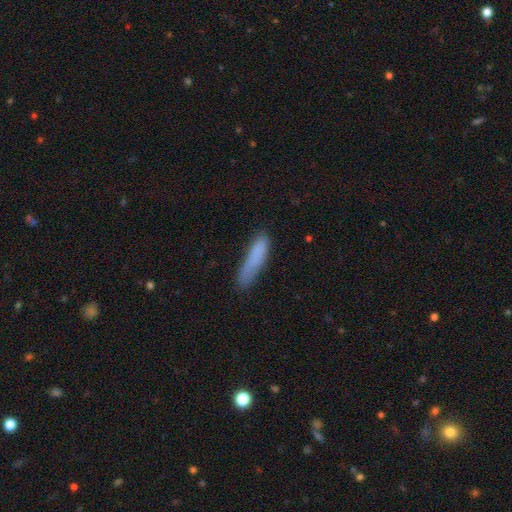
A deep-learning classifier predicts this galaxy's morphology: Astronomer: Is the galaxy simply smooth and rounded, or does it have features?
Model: smooth — 81%.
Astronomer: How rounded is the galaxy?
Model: cigar-shaped — 82%.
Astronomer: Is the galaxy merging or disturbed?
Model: none — 63%.